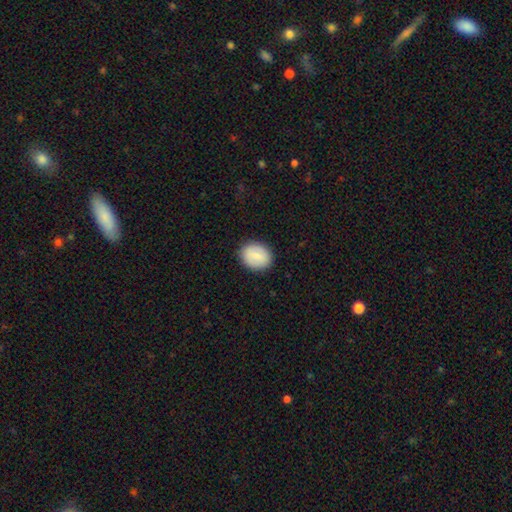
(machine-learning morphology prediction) Q: Smooth or featured?
A: smooth (78%); runner-up: featured or disk (15%)
Q: How rounded?
A: round (52%); runner-up: in between (47%)
Q: Merging?
A: none (88%); runner-up: minor disturbance (9%)